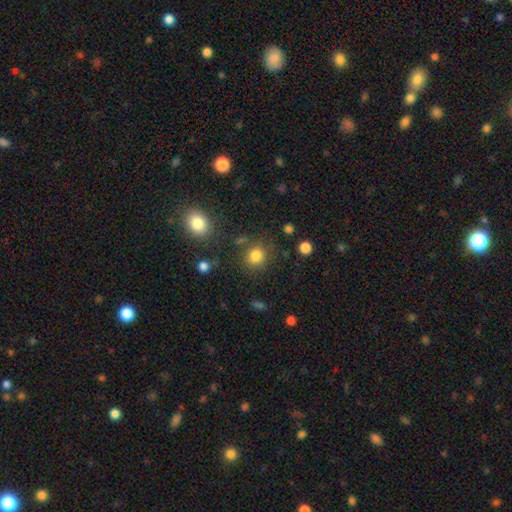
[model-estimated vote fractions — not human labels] smooth 82%, star or artifact 12%, featured or disk 6%. Down the decision tree: how rounded — round (84%); merging — none (78%).